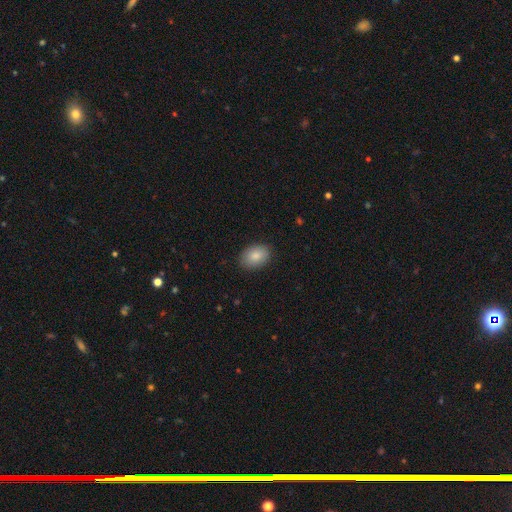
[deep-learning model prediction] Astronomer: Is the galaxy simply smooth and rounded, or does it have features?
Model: smooth — 87%.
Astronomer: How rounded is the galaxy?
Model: in between — 81%.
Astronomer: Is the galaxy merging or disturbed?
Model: none — 87%.